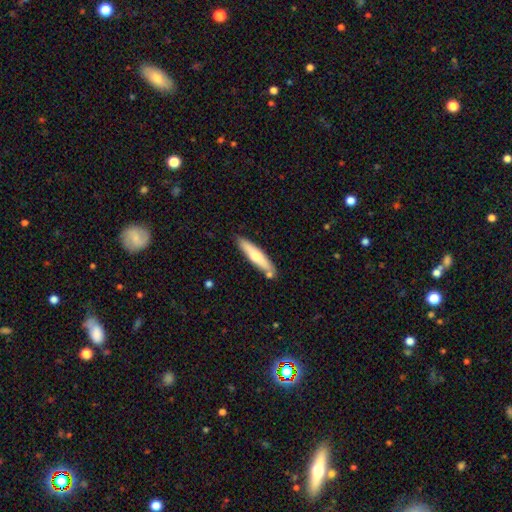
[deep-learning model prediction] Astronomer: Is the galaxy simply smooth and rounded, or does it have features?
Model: smooth — 56% (runner-up: featured or disk, 38%).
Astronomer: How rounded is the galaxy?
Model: cigar-shaped — 84%.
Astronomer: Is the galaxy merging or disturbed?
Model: none — 81%.